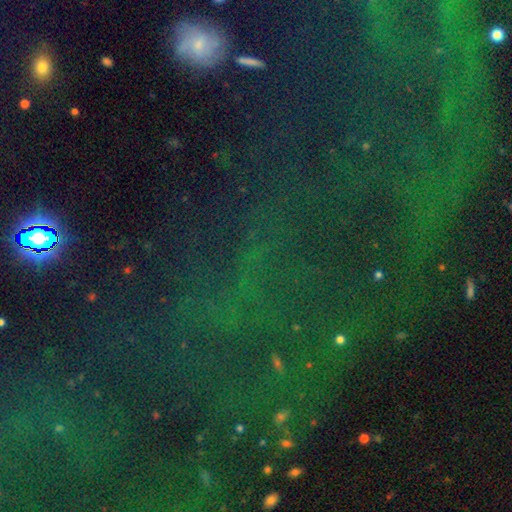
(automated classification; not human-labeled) smooth_or_featured: star or artifact (p=0.79) [alt: smooth p=0.12]